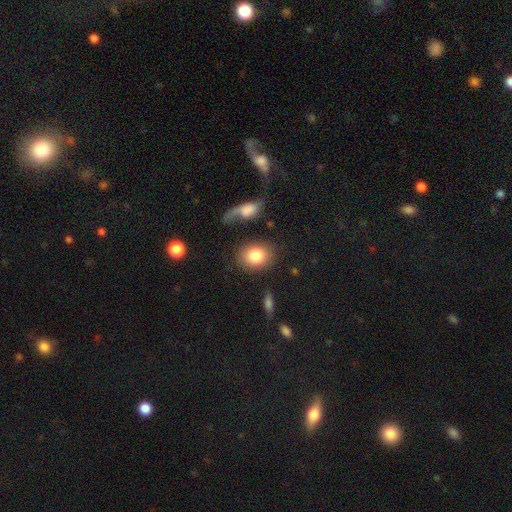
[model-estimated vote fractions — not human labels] This is clearly a smooth galaxy (83%). How rounded: possibly round (49%, tied with in between). Merging: likely none (74%).